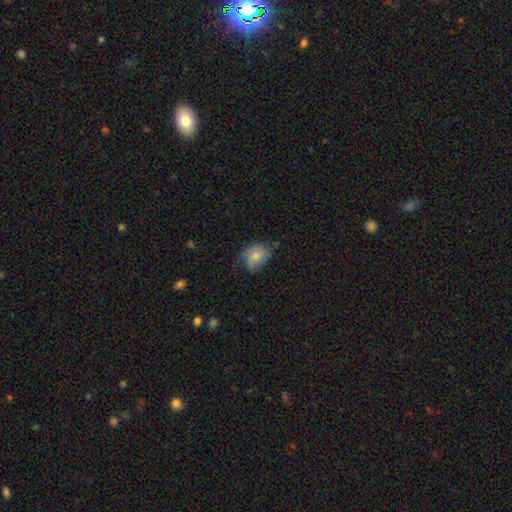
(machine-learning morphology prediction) A smooth galaxy with no disk features (58%) that is in between round and cigar-shaped (68%). Merging: none (46%).